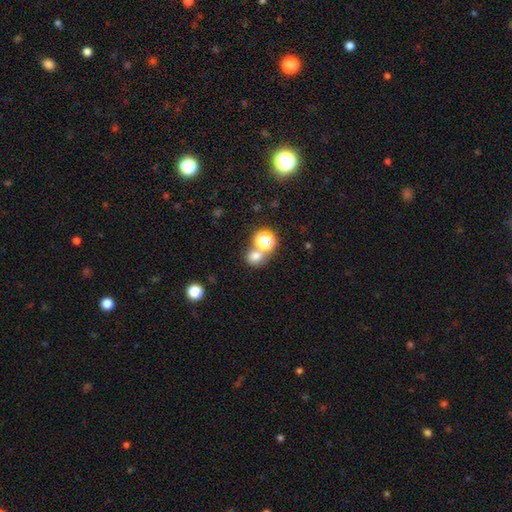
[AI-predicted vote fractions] The model was most divided on "merging": none: 52%, merger: 35%, minor disturbance: 9%, major disturbance: 4%. More confident: how rounded — round (74%); smooth or featured — smooth (72%).